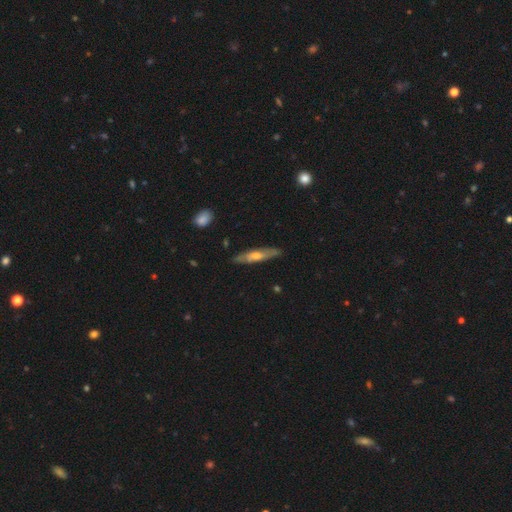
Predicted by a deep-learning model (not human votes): Smooth or featured? Predicted: featured or disk (p=0.56). Edge-on disk? Predicted: yes (p=0.67). Merging? Predicted: none (p=0.82).